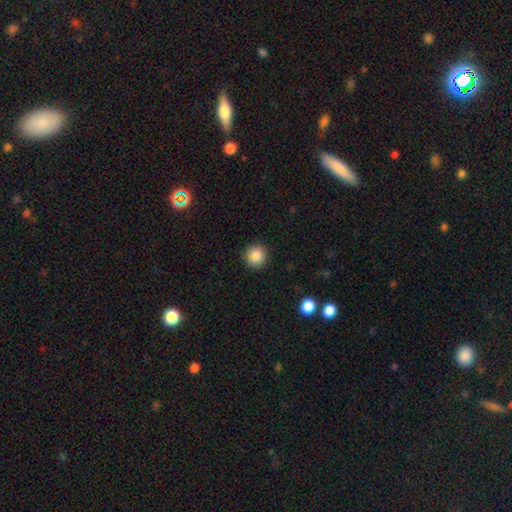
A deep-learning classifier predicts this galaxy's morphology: Smooth or featured: smooth — 86% (star or artifact — 10%)
How rounded: round — 93% (in between — 6%)
Merging: none — 88% (minor disturbance — 9%)